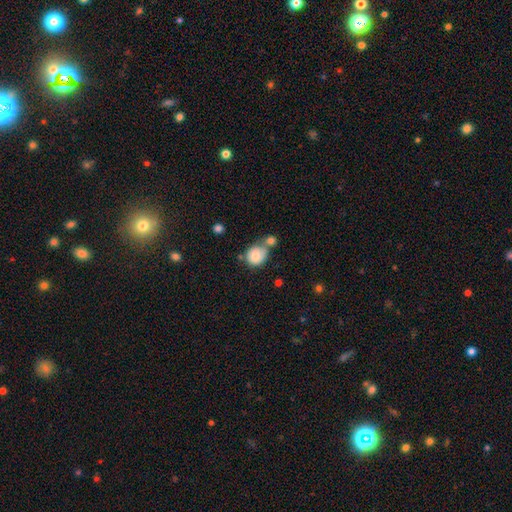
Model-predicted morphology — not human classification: smooth-or-featured: smooth: 82% | featured or disk: 10% | star or artifact: 8%
  how-rounded: round: 76% | in between: 23% | cigar-shaped: 1%
  merging: merger: 40% | none: 39% | minor disturbance: 15% | major disturbance: 6%